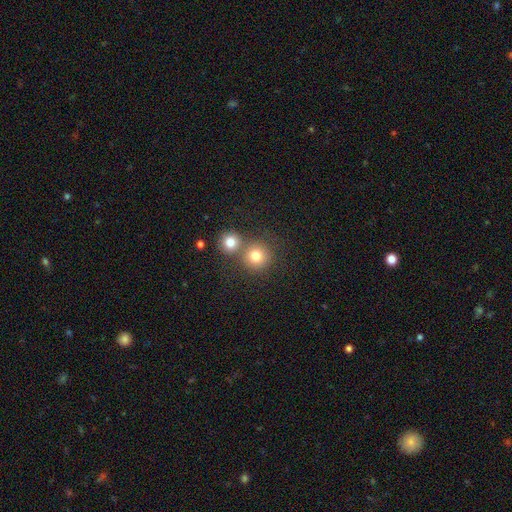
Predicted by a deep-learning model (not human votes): This appears to be a smooth galaxy with no disk features (79%) that is round (92%). Merging: none (60%).